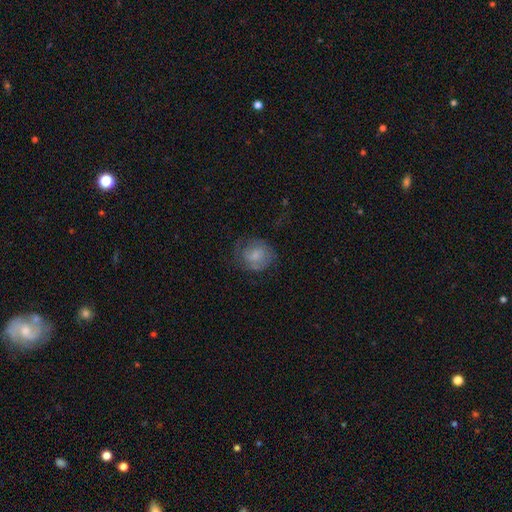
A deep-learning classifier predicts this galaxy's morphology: A smooth galaxy with no disk features (53%) that is round (77%). Merging: none (61%).